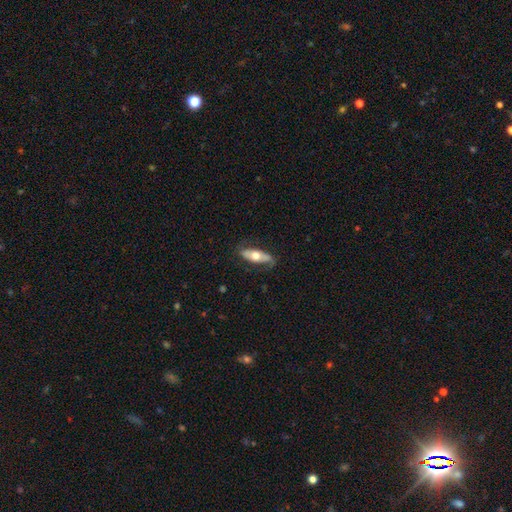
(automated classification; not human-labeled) Smooth or featured?
  - smooth: 53% *
  - featured or disk: 42%
  - star or artifact: 5%
How rounded?
  - in between: 65% *
  - cigar-shaped: 32%
  - round: 3%
Merging?
  - none: 76% *
  - minor disturbance: 18%
  - major disturbance: 5%
  - merger: 1%